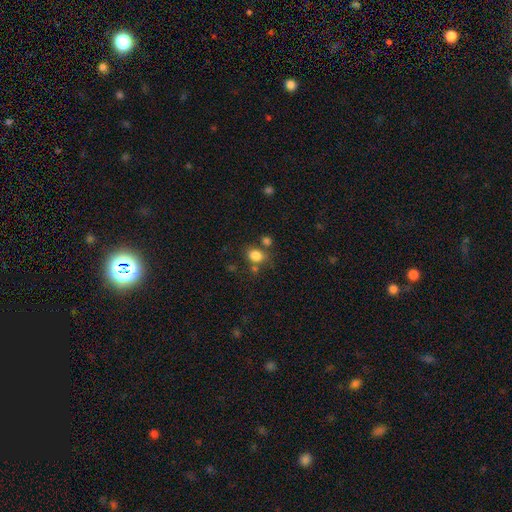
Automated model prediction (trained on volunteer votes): Q: Smooth or featured?
A: smooth (82%); runner-up: star or artifact (12%)
Q: How rounded?
A: in between (58%); runner-up: round (41%)
Q: Merging?
A: none (64%); runner-up: merger (15%)